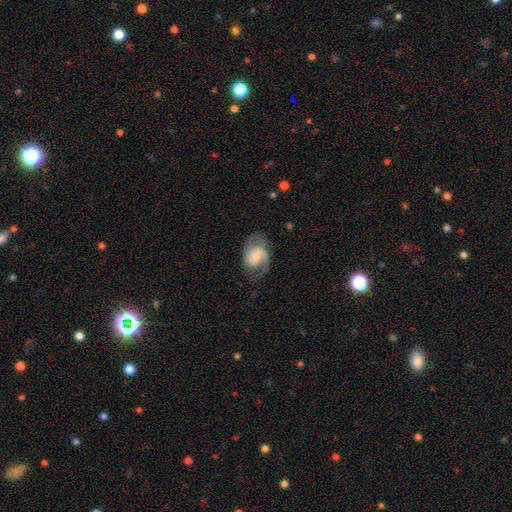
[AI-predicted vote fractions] smooth-or-featured: featured or disk: 66% | smooth: 27% | star or artifact: 7%
  disk-edge-on: no: 97% | yes: 3%
    bar: no: 59% | weak: 34% | strong: 8%
    has-spiral-arms: yes: 91% | no: 9%
      spiral-winding: medium: 46% | tight: 27% | loose: 26%
      spiral-arm-count: 2: 65% | 1: 24% | can't tell: 8% | 3: 2% | 4: 1% | more than 4: 1%
    bulge-size: small: 34% | none: 25% | moderate: 22% | large: 15% | dominant: 4%
  merging: none: 56% | minor disturbance: 24% | major disturbance: 19% | merger: 2%